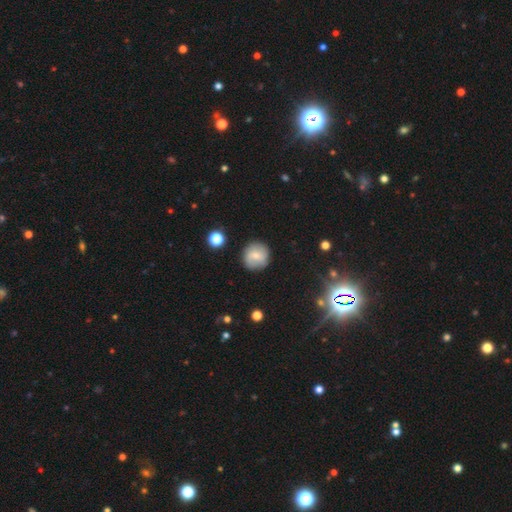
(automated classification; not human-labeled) Smooth or featured? smooth (66%)
How rounded? round (91%)
Merging? none (84%)